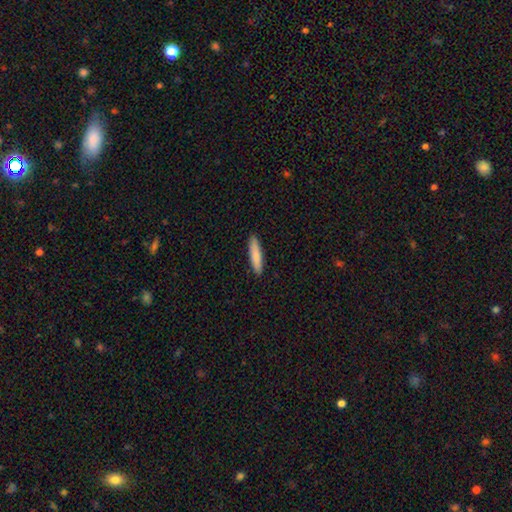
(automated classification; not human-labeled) smooth 84%, featured or disk 11%, star or artifact 5%. Down the decision tree: how rounded — cigar-shaped (84%); merging — none (91%).